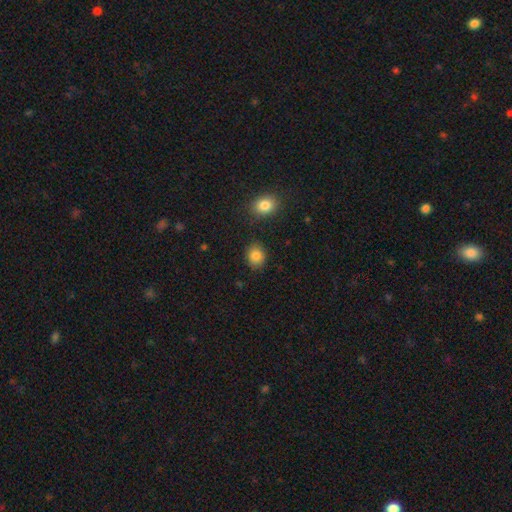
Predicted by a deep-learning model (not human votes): This appears to be a smooth galaxy with no disk features (85%) that is round (64%). Merging: none (86%).